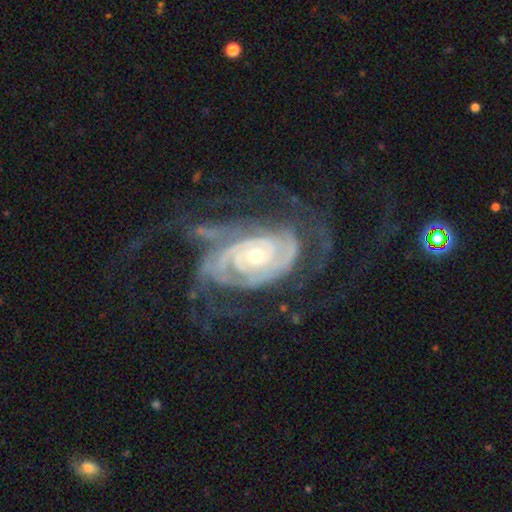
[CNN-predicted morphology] Smooth or featured? featured or disk (91%)
Edge-on disk? no (96%)
Bar? no (72%)
Spiral arms? yes (97%)
Spiral winding? tight (72%)
Spiral arm count? 2 (29%)
Bulge size? small (50%)
Merging? none (55%)